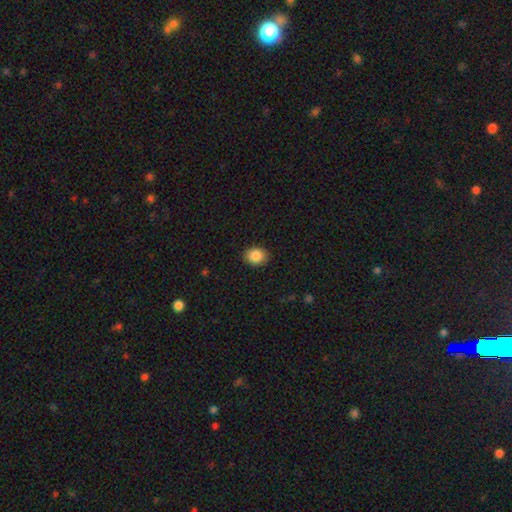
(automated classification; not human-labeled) A smooth galaxy with no disk features (87%) that is round (52%). Merging: none (89%).